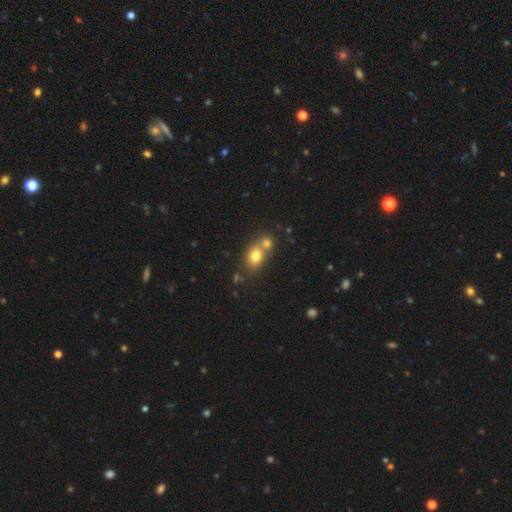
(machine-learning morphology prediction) Q: Smooth or featured?
A: smooth (76%); runner-up: featured or disk (12%)
Q: How rounded?
A: in between (54%); runner-up: round (45%)
Q: Merging?
A: merger (48%); runner-up: none (41%)